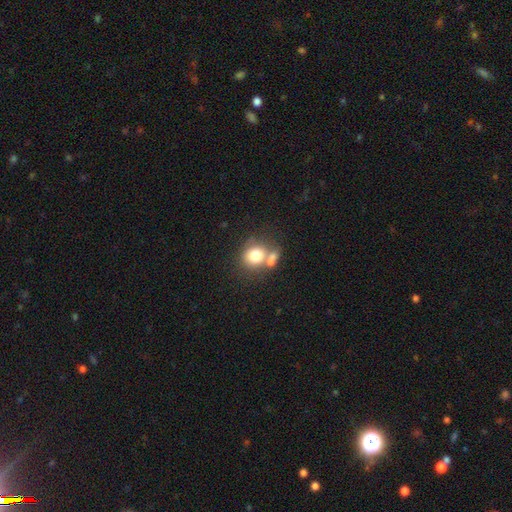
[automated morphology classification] A smooth galaxy with no disk features (75%) that is round (72%).

Vote fractions:
- Smooth or featured? smooth: 75% / featured or disk: 15% / star or artifact: 10%
- How rounded? round: 72% / in between: 27% / cigar-shaped: 1%
- Merging? none: 45% / merger: 37% / minor disturbance: 12% / major disturbance: 6%